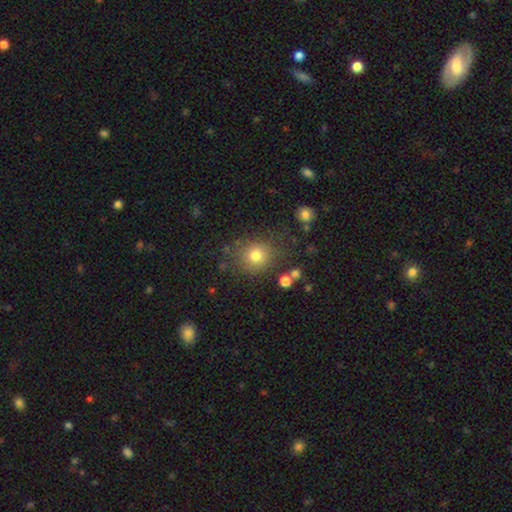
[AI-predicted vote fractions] A smooth galaxy with no disk features (78%) that is round (85%). Merging: none (78%).